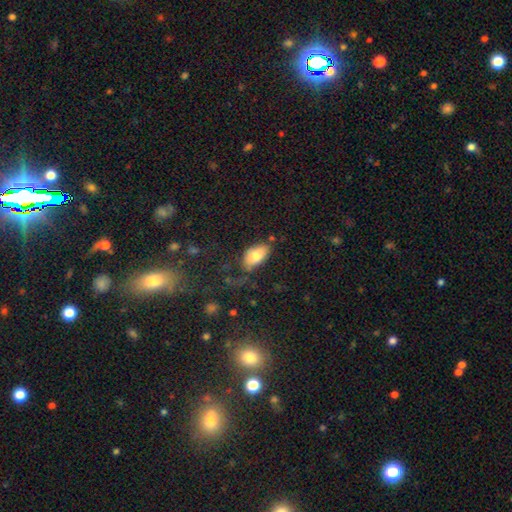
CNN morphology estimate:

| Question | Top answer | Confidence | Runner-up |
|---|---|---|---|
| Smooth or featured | smooth | 78% | featured or disk (14%) |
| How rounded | in between | 93% | round (4%) |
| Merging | none | 62% | minor disturbance (23%) |